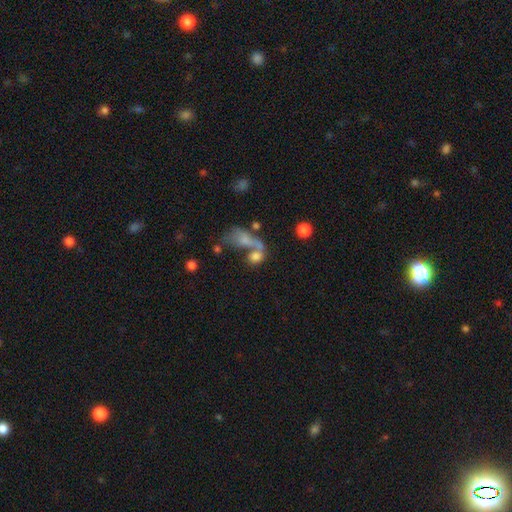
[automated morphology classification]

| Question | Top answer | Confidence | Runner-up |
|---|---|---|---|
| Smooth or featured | smooth | 50% | featured or disk (27%) |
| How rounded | in between | 57% | round (34%) |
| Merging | merger | 46% | none (29%) |